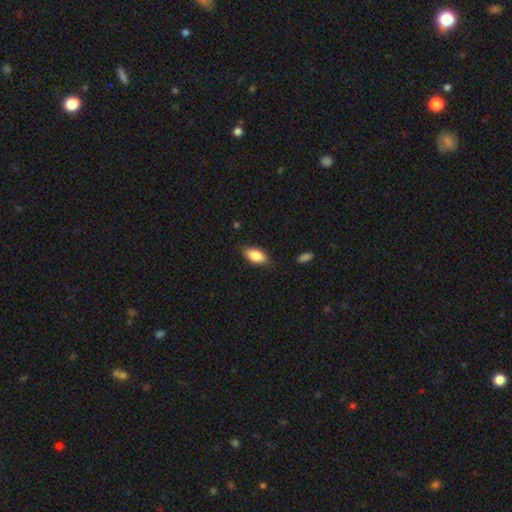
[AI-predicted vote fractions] Smooth or featured? Predicted: smooth (p=0.84). How rounded? Predicted: in between (p=0.90). Merging? Predicted: none (p=0.82).